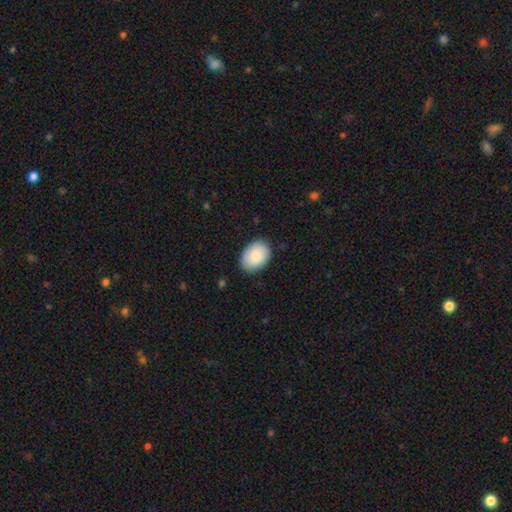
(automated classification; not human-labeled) smooth_or_featured: smooth (p=0.85) [alt: featured or disk p=0.09]
how_rounded: in between (p=0.78) [alt: round p=0.21]
merging: none (p=0.85) [alt: minor disturbance p=0.12]